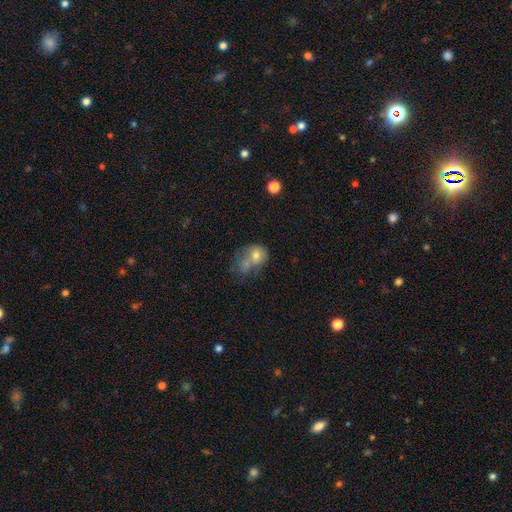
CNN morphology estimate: This appears to be a smooth galaxy with no disk features (67%) that is round (52%). Merging: merger (48%).